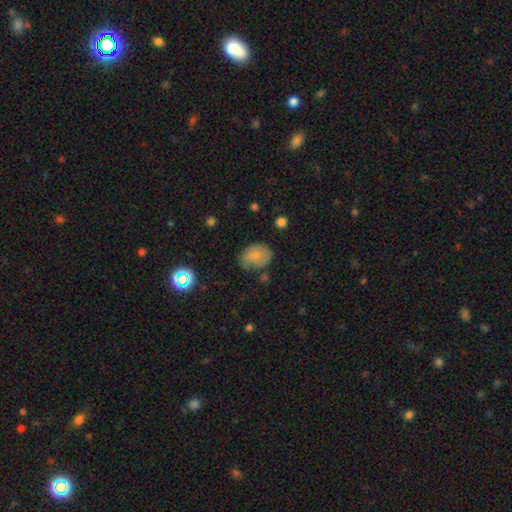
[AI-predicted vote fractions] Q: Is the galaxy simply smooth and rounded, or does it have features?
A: smooth — 68%.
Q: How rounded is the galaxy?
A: in between — 59%.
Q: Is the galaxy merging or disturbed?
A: none — 56%.